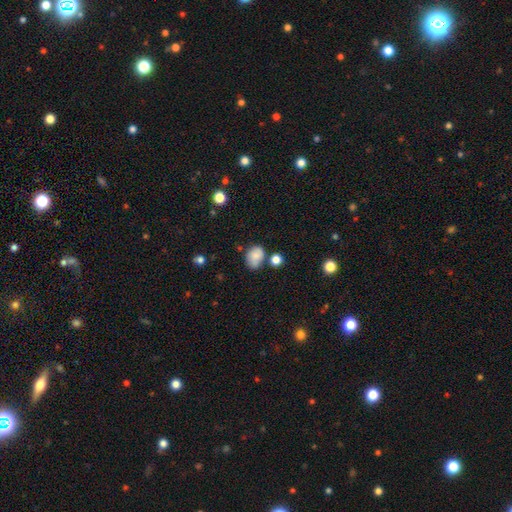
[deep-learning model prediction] The model was most divided on "merging": none: 57%, minor disturbance: 25%, merger: 12%, major disturbance: 7%. More confident: smooth or featured — smooth (82%); how rounded — in between (68%).